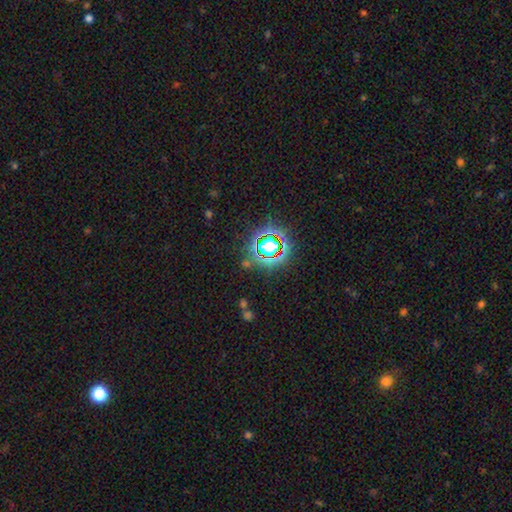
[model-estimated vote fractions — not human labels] Morphology: type=star or artifact (79%).